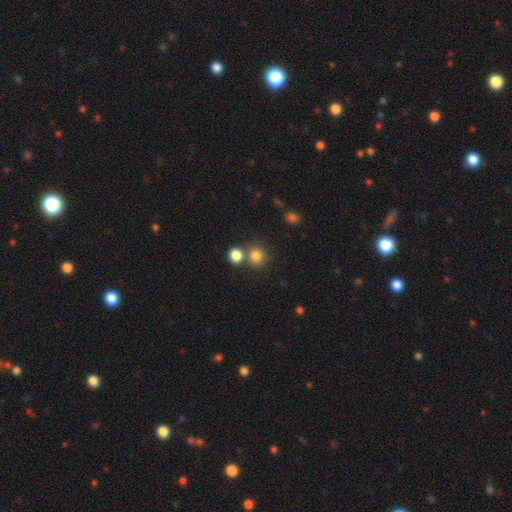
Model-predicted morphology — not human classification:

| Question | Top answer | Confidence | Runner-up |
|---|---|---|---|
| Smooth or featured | smooth | 81% | star or artifact (13%) |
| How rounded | round | 86% | in between (13%) |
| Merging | none | 64% | merger (24%) |